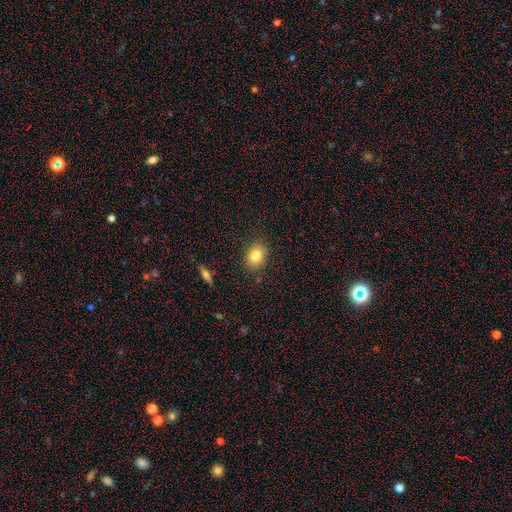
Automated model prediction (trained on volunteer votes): Smooth or featured: smooth — 81% (star or artifact — 10%)
How rounded: in between — 56% (round — 43%)
Merging: none — 85% (minor disturbance — 11%)